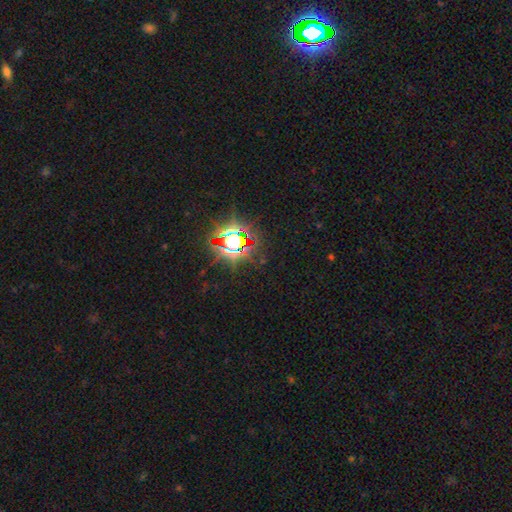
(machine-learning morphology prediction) A star or artifact, not a galaxy (83%).